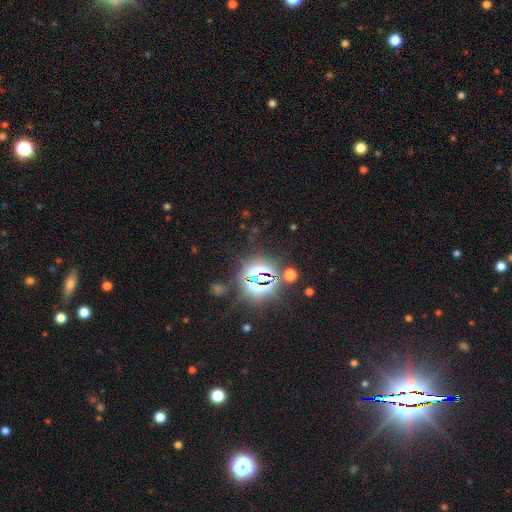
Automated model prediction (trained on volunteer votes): This is clearly a star or artifact rather than a galaxy (84%).